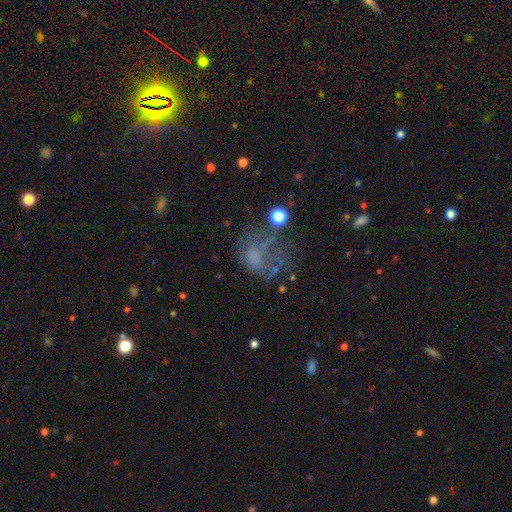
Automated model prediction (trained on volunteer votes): Q: Smooth or featured?
A: featured or disk (39%); runner-up: smooth (38%)
Q: Merging?
A: major disturbance (45%); runner-up: none (30%)